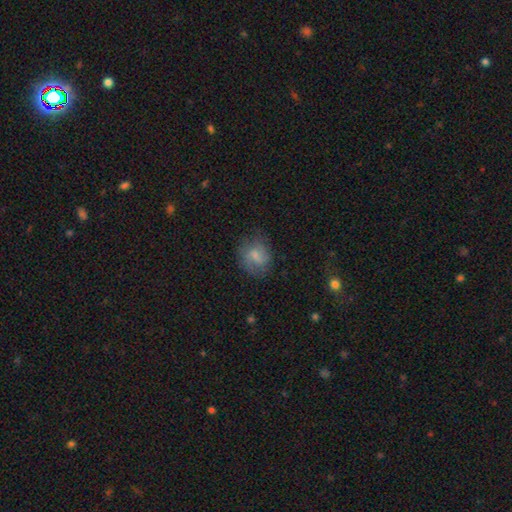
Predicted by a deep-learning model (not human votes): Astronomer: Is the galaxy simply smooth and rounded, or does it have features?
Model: smooth — 57% (runner-up: featured or disk, 33%).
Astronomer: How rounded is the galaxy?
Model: round — 66%.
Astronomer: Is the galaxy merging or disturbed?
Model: none — 65%.